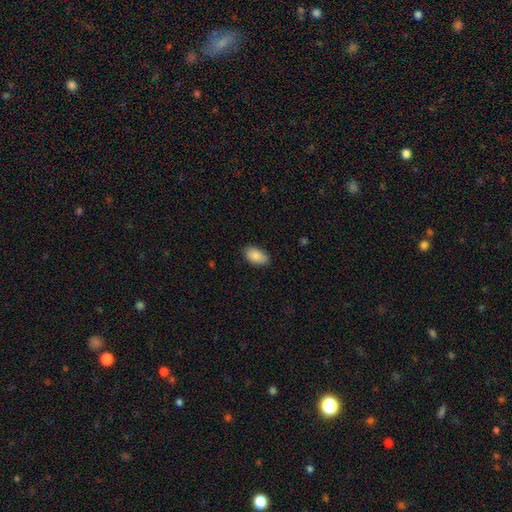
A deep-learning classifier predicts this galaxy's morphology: Smooth or featured: smooth — 88% (star or artifact — 7%)
How rounded: in between — 94% (round — 4%)
Merging: none — 80% (minor disturbance — 16%)